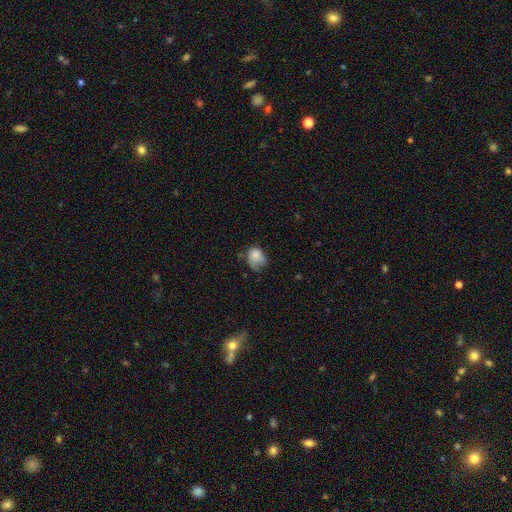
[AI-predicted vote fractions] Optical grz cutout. It shows a smooth galaxy with no disk features (74%) that is in between round and cigar-shaped (57%). Merging: minor disturbance (36%).